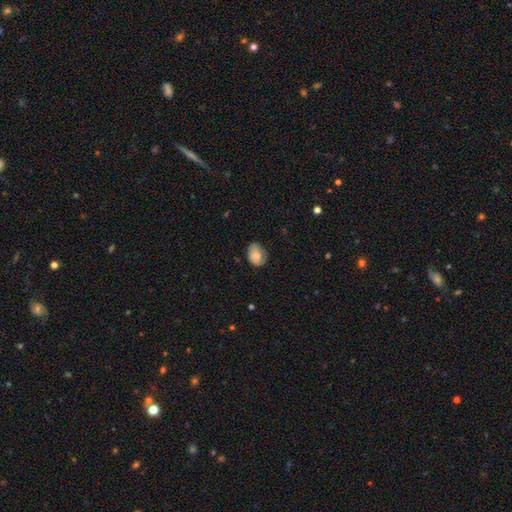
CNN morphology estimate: Smooth or featured? smooth (75%)
How rounded? in between (67%)
Merging? none (58%)